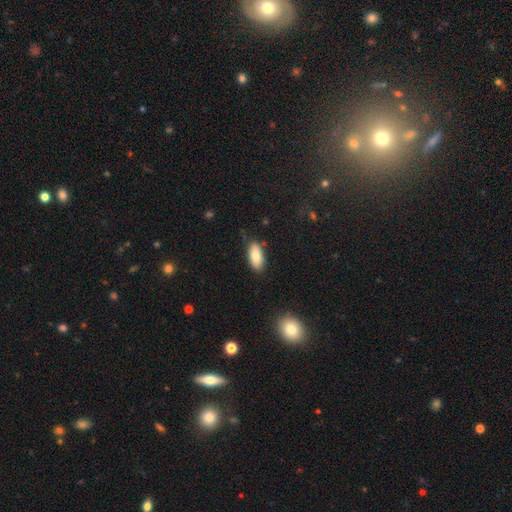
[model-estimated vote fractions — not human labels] Smooth or featured? Predicted: smooth (p=0.79). How rounded? Predicted: in between (p=0.88). Merging? Predicted: none (p=0.82).